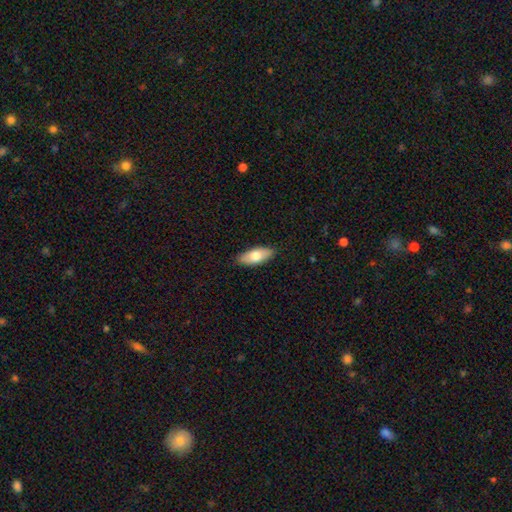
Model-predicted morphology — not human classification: A smooth galaxy with no disk features (72%) that is in between round and cigar-shaped (81%).

Vote fractions:
- Smooth or featured? smooth: 72% / featured or disk: 22% / star or artifact: 6%
- How rounded? in between: 81% / cigar-shaped: 16% / round: 2%
- Merging? none: 87% / minor disturbance: 10% / major disturbance: 2% / merger: 1%